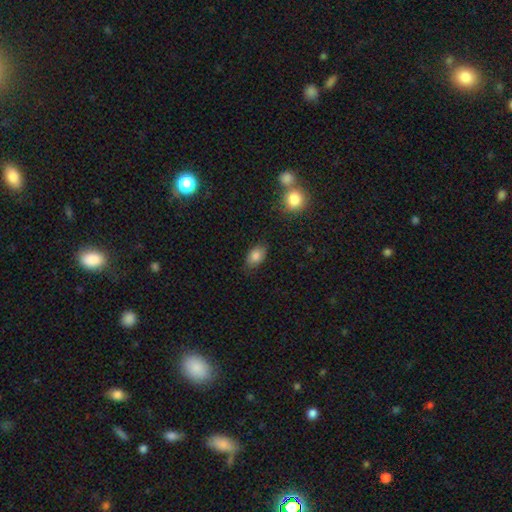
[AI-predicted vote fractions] Morphology: type=smooth (83%); roundness=in between (88%); merging=none (80%).